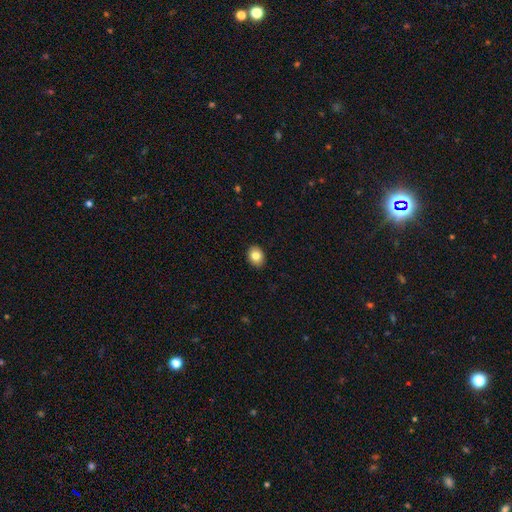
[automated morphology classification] The model was most divided on "how rounded": in between: 55%, round: 44%, cigar-shaped: 1%. More confident: merging — none (90%); smooth or featured — smooth (83%).